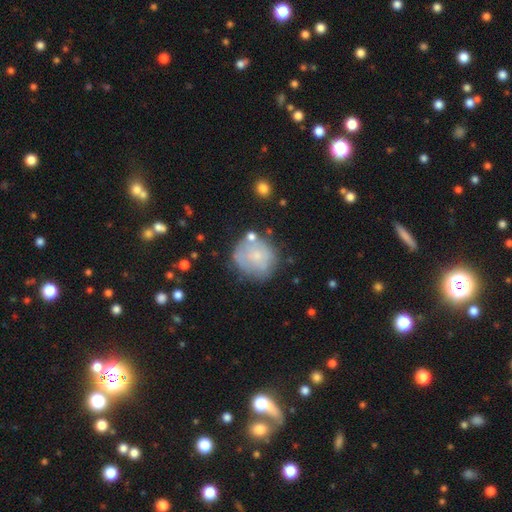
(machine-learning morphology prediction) This appears to be a smooth galaxy with no disk features (54%) that is round (84%). Merging: none (61%).